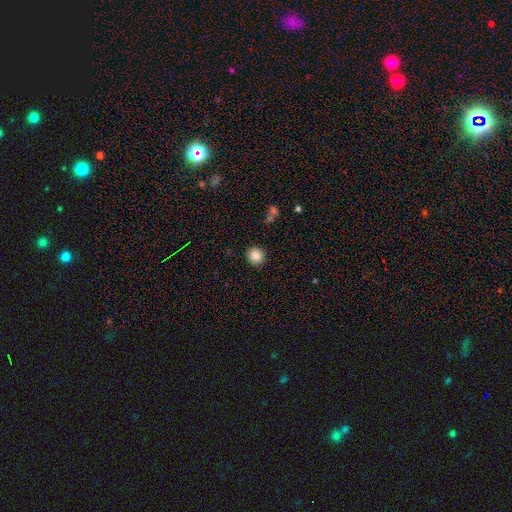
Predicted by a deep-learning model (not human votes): smooth 86%, star or artifact 9%, featured or disk 4%. Down the decision tree: how rounded — round (89%); merging — none (89%).